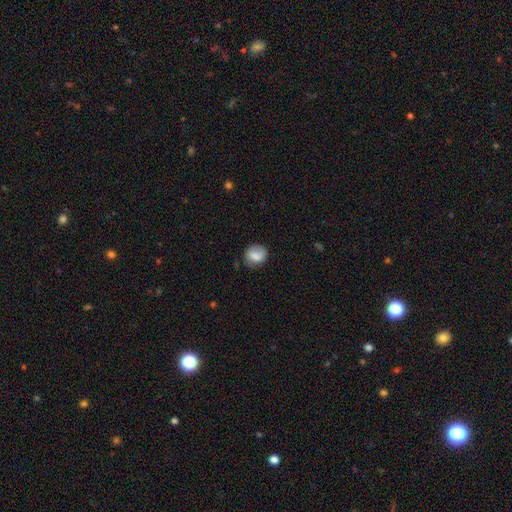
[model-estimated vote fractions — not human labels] Q: Smooth or featured?
A: smooth (78%); runner-up: featured or disk (14%)
Q: How rounded?
A: round (69%); runner-up: in between (30%)
Q: Merging?
A: none (70%); runner-up: minor disturbance (22%)